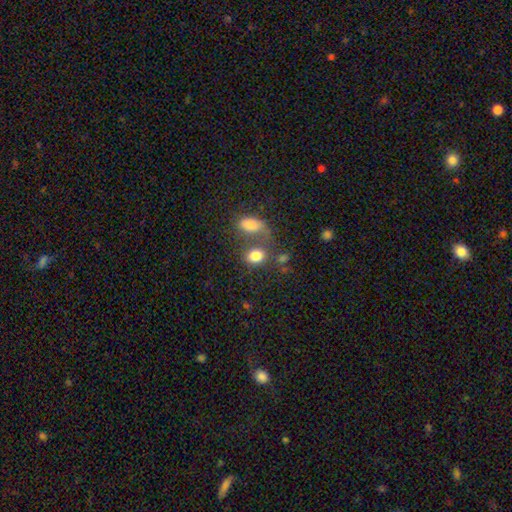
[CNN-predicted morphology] Smooth or featured? Predicted: smooth (p=0.81). How rounded? Predicted: in between (p=0.67). Merging? Predicted: none (p=0.43).